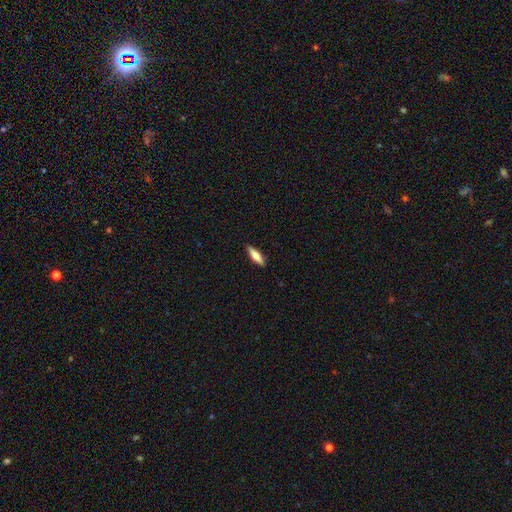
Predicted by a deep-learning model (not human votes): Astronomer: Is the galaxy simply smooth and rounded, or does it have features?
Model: smooth — 68%.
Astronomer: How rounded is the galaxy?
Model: cigar-shaped — 63%.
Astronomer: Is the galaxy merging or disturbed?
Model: none — 89%.